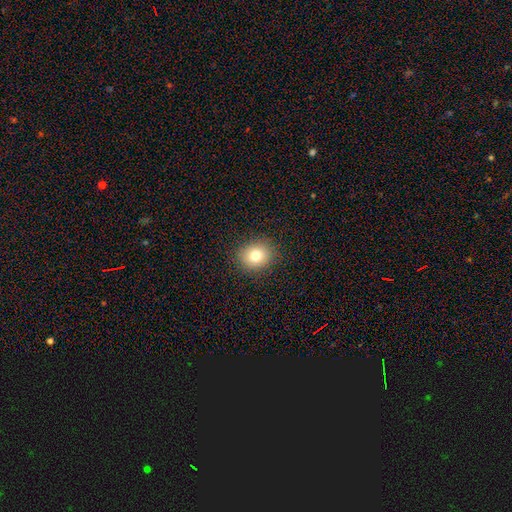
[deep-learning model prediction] Smooth or featured: smooth — 79% (star or artifact — 12%)
How rounded: round — 66% (in between — 33%)
Merging: none — 89% (minor disturbance — 8%)